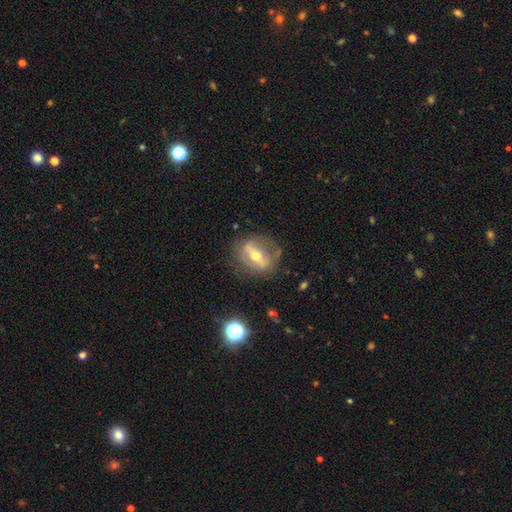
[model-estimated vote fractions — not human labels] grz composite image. It shows a featured or disk galaxy (71%) with a strong bar (69%), no spiral arms (66%) and a moderate central bulge (67%). Merging: none (72%).